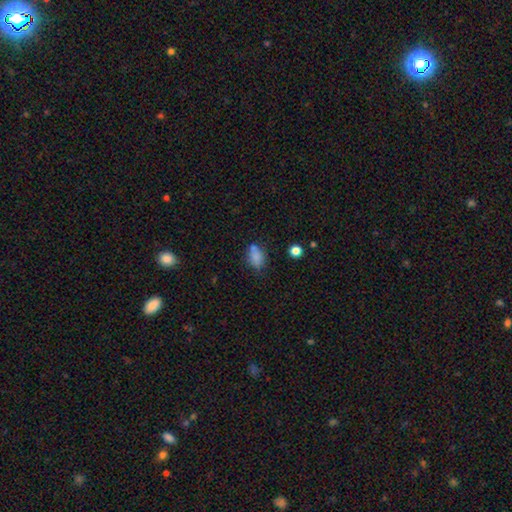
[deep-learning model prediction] Overall: smooth (81%). How rounded: in between (80%). Merging: none (60%; minor disturbance 22%).